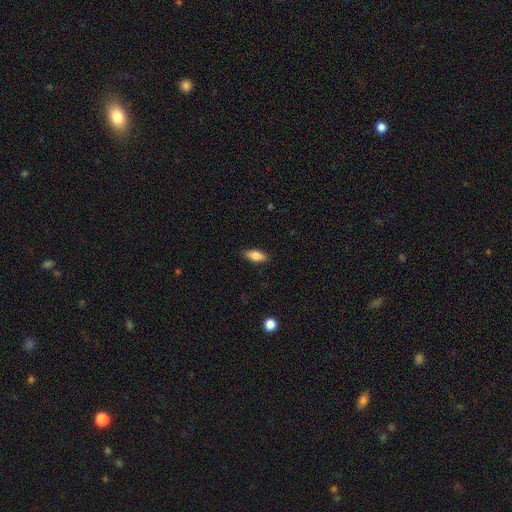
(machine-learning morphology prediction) type=smooth (84%); roundness=in between (84%); merging=none (86%).